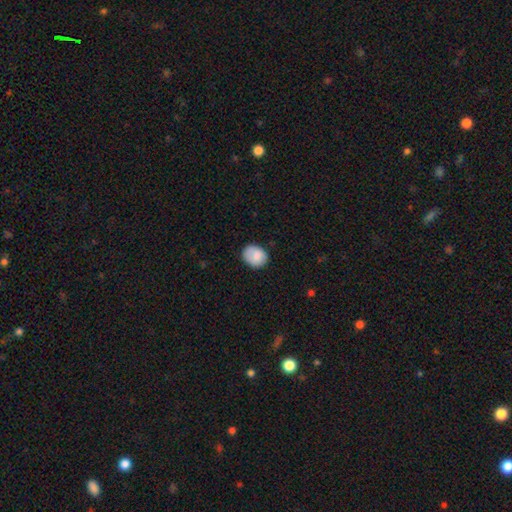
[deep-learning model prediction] Q: Smooth or featured?
A: smooth (84%); runner-up: featured or disk (8%)
Q: How rounded?
A: round (51%); runner-up: in between (48%)
Q: Merging?
A: none (75%); runner-up: minor disturbance (19%)